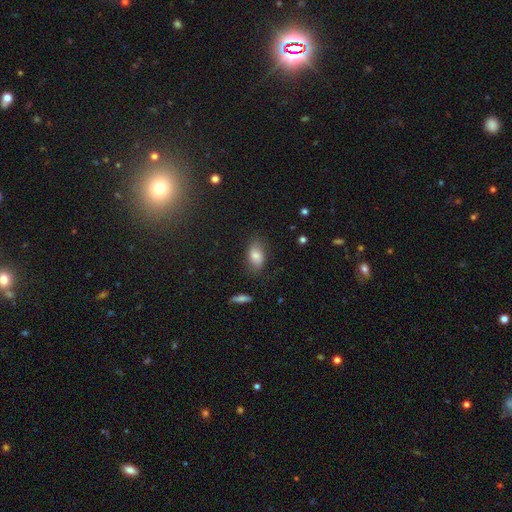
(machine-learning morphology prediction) Q: Smooth or featured?
A: smooth (77%); runner-up: featured or disk (14%)
Q: How rounded?
A: in between (89%); runner-up: round (8%)
Q: Merging?
A: none (72%); runner-up: minor disturbance (21%)